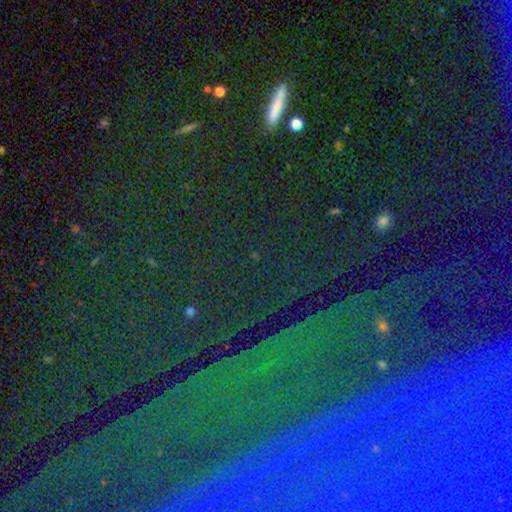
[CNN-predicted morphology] This is clearly a star or artifact rather than a galaxy (80%).